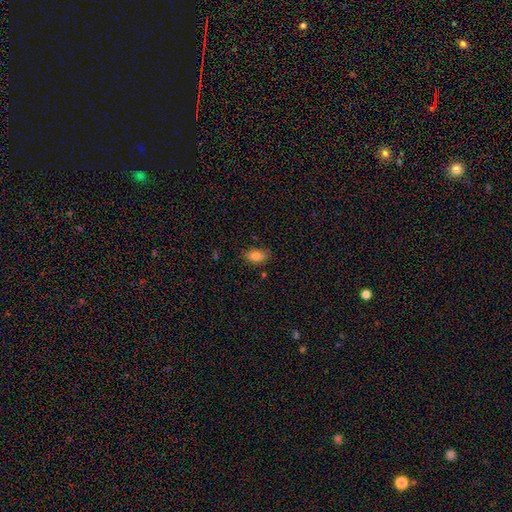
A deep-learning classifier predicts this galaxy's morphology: smooth 85%, star or artifact 8%, featured or disk 7%. Down the decision tree: how rounded — in between (90%); merging — none (80%).